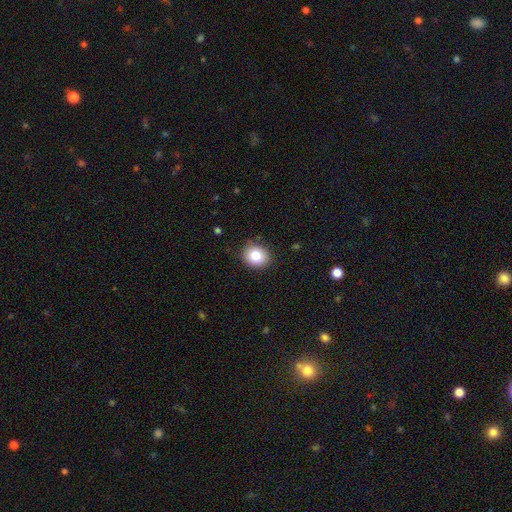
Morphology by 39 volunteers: Smooth or featured? 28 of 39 (72%) said smooth. How rounded? 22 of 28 (79%) said round. Merging? 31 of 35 (89%) said none.